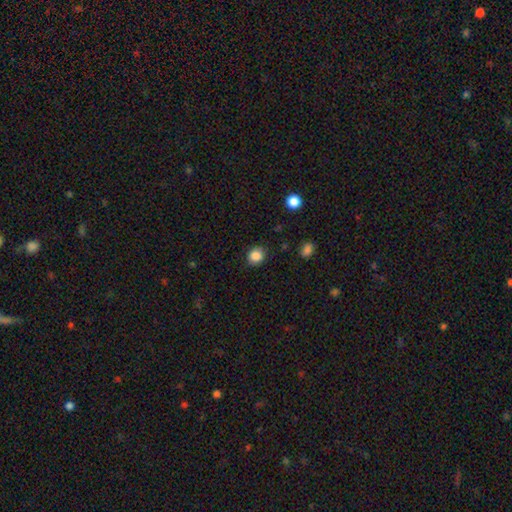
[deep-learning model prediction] smooth_or_featured: smooth (p=0.86) [alt: star or artifact p=0.10]
how_rounded: round (p=0.74) [alt: in between p=0.25]
merging: none (p=0.85) [alt: minor disturbance p=0.10]